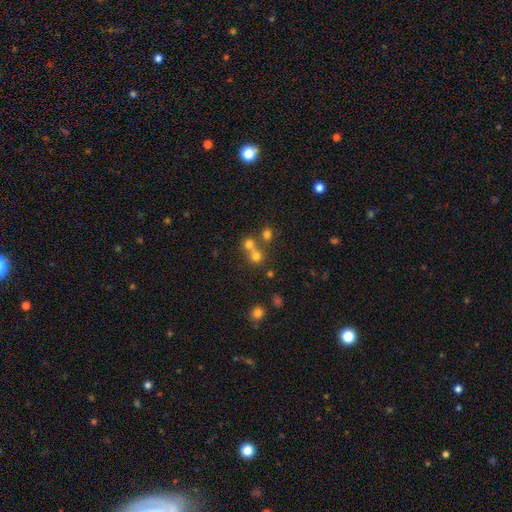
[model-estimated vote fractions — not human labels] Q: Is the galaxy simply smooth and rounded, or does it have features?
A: smooth — 66%.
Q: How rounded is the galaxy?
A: round — 86%.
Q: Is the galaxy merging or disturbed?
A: merger — 47%.